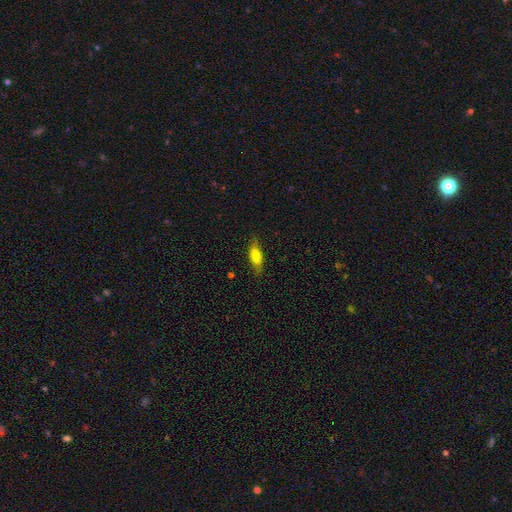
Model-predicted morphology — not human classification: smooth_or_featured: smooth (p=0.71) [alt: featured or disk p=0.22]
how_rounded: in between (p=0.56) [alt: cigar-shaped p=0.41]
merging: none (p=0.79) [alt: minor disturbance p=0.16]